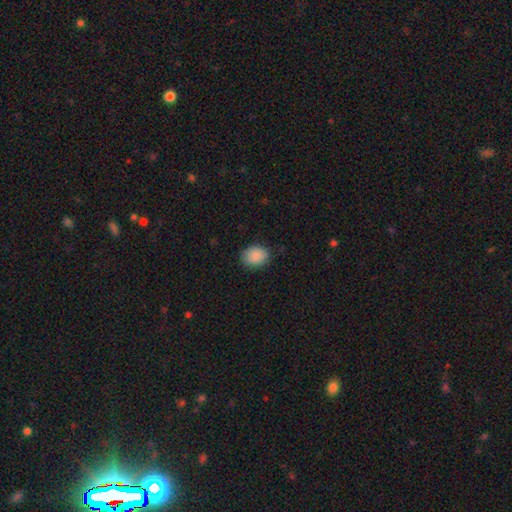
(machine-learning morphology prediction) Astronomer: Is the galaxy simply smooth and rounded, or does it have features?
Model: smooth — 89%.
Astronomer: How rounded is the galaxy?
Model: in between — 61% (runner-up: round, 39%).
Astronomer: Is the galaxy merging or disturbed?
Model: none — 83%.